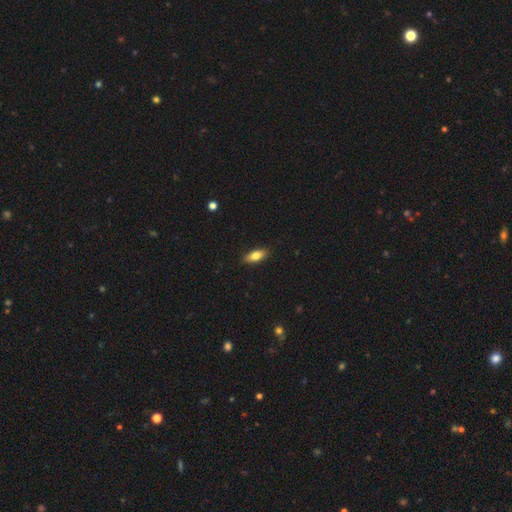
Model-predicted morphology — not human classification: This is likely a smooth galaxy (77%). How rounded: likely in between (79%). Merging: clearly none (89%).